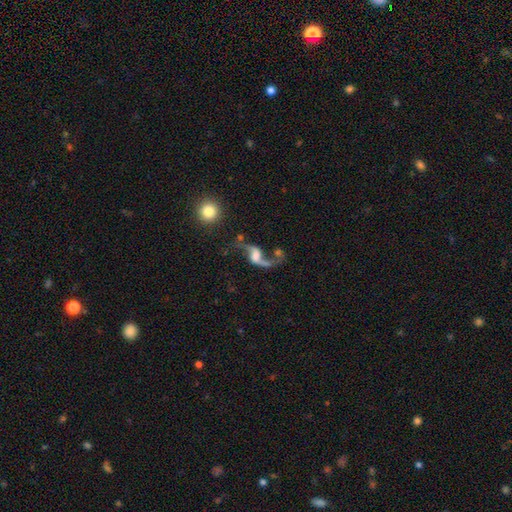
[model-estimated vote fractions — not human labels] Morphology: type=featured or disk (84%); edge-on=no (96%); bar=no (41%); spiral arms=yes (94%); winding=loose (92%); arm count=2 (90%); bulge=moderate (27%); merging=none (51%).